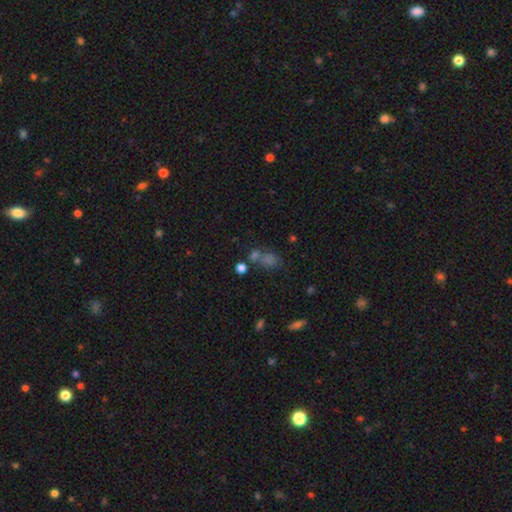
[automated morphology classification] A smooth galaxy with no disk features (52%) that is round (59%). Merging: none (51%).